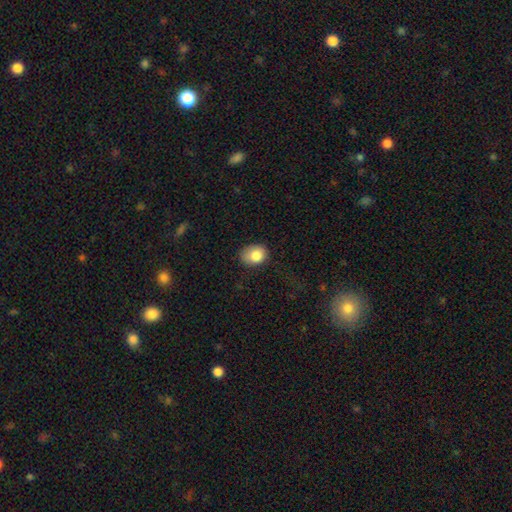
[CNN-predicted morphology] This appears to be a smooth galaxy with no disk features (84%) that is in between round and cigar-shaped (56%). Merging: none (64%).